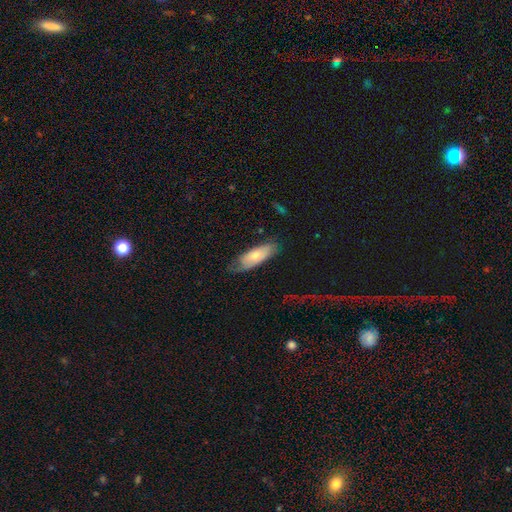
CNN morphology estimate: A smooth galaxy with no disk features (58%) that is in between round and cigar-shaped (71%). Merging: none (57%).